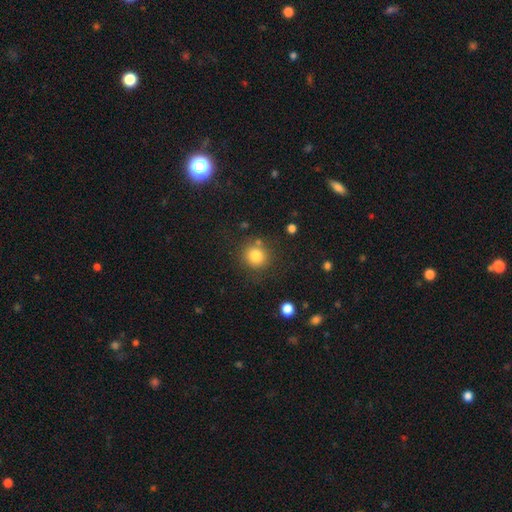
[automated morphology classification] This appears to be a smooth galaxy with no disk features (82%) that is round (89%). Merging: none (79%).